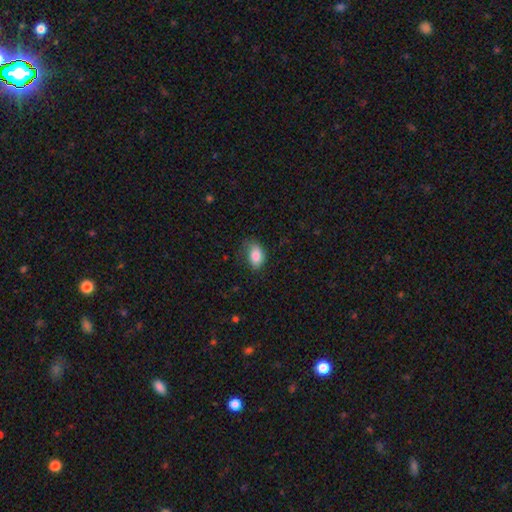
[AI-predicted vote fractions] This appears to be a smooth galaxy with no disk features (84%) that is in between round and cigar-shaped (87%). Merging: none (61%).